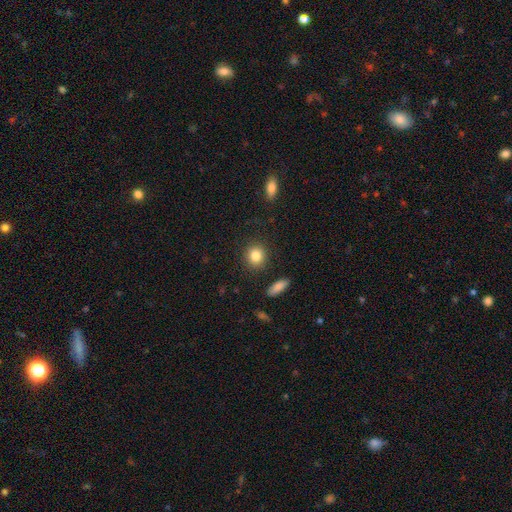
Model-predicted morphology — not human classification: type=smooth (85%); roundness=round (80%); merging=none (89%).